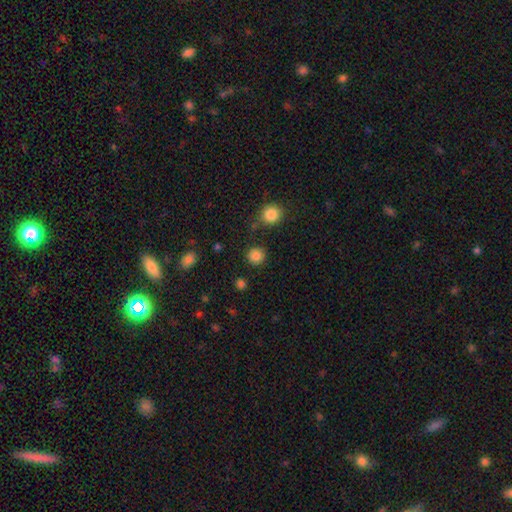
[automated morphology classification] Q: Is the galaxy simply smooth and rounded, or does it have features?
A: smooth — 85%.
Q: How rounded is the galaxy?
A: round — 93%.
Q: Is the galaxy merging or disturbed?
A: none — 87%.